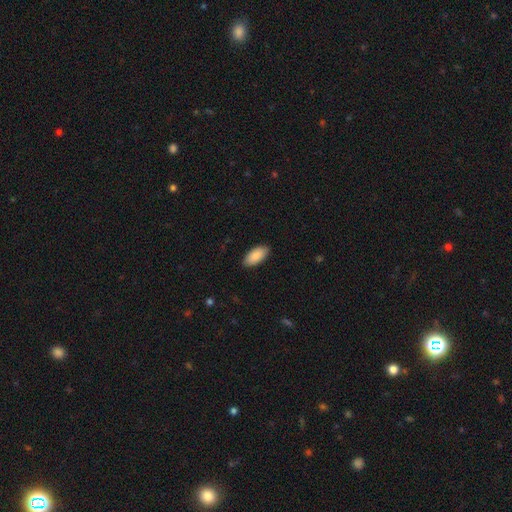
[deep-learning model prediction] This is clearly a smooth galaxy (88%). How rounded: clearly in between (93%). Merging: clearly none (88%).